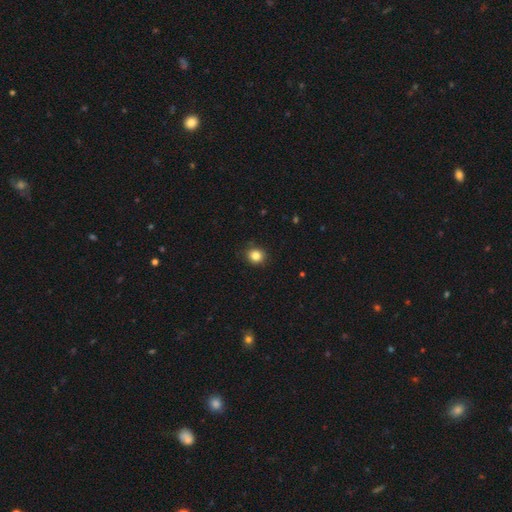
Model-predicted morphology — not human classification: The model was most divided on "how rounded": round: 81%, in between: 18%, cigar-shaped: 1%. More confident: merging — none (88%); smooth or featured — smooth (84%).